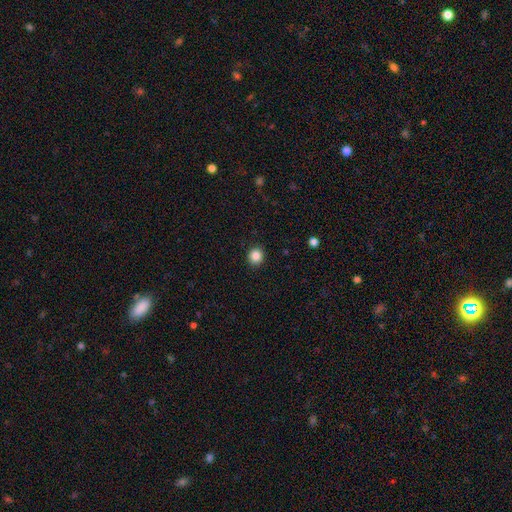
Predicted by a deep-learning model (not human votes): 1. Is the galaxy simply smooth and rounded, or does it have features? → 86% smooth, 10% star or artifact, 3% featured or disk.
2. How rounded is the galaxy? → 88% round, 11% in between, 1% cigar-shaped.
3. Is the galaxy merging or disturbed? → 92% none, 5% minor disturbance, 2% major disturbance, 1% merger.